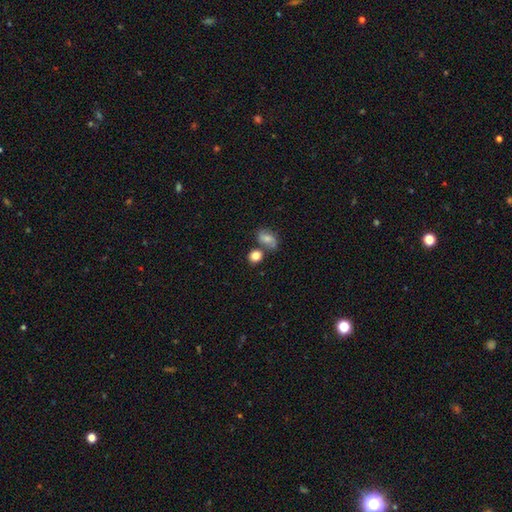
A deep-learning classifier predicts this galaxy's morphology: smooth-or-featured: smooth: 77% | featured or disk: 14% | star or artifact: 9%
  how-rounded: round: 74% | in between: 24% | cigar-shaped: 1%
  merging: none: 60% | merger: 24% | minor disturbance: 12% | major disturbance: 4%